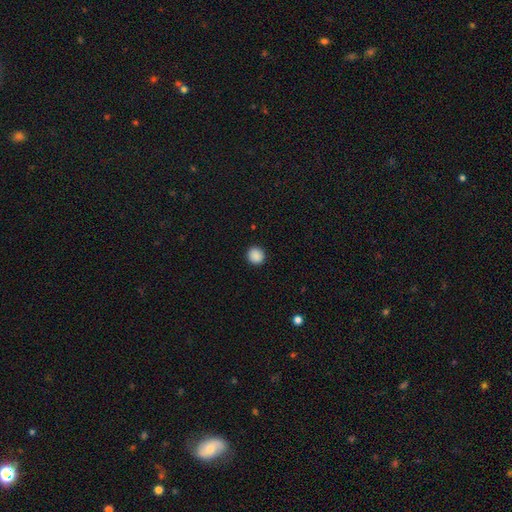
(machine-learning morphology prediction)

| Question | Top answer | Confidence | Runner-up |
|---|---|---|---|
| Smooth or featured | smooth | 89% | star or artifact (9%) |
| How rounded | round | 92% | in between (7%) |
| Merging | none | 92% | minor disturbance (5%) |